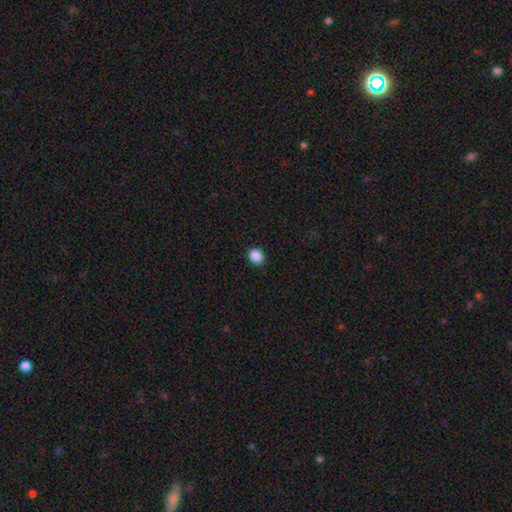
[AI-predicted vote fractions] Overall: smooth (88%). How rounded: round (68%; in between 31%). Merging: none (91%).